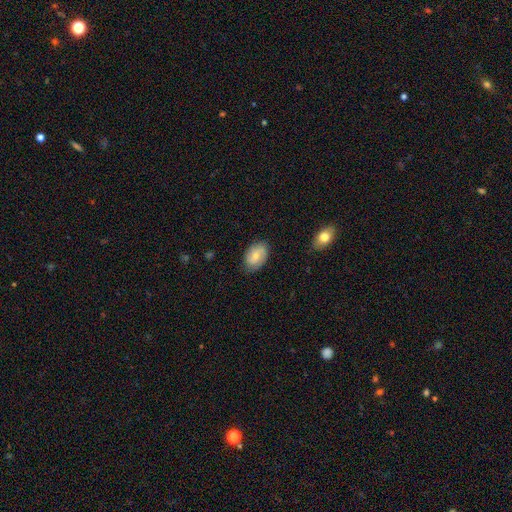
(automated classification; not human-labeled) A smooth galaxy with no disk features (58%) that is in between round and cigar-shaped (85%).

Vote fractions:
- Smooth or featured? smooth: 58% / featured or disk: 35% / star or artifact: 7%
- How rounded? in between: 85% / round: 13% / cigar-shaped: 1%
- Merging? none: 78% / minor disturbance: 17% / major disturbance: 3% / merger: 1%